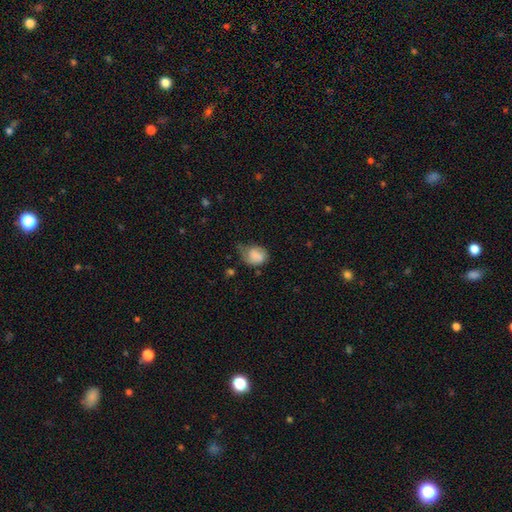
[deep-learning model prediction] Q: Smooth or featured?
A: smooth (77%); runner-up: featured or disk (15%)
Q: How rounded?
A: in between (53%); runner-up: round (46%)
Q: Merging?
A: minor disturbance (41%); runner-up: none (31%)